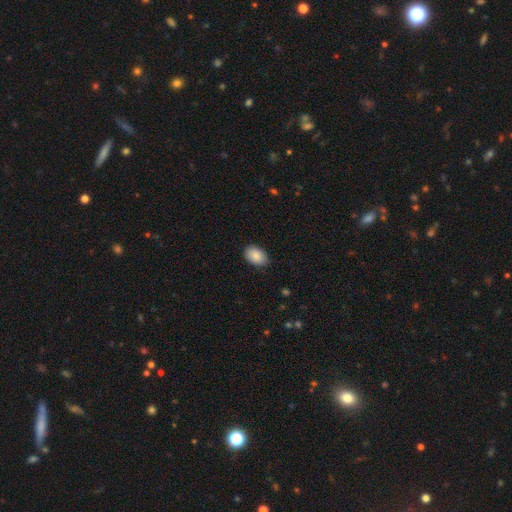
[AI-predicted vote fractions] Smooth or featured? Predicted: smooth (p=0.88). How rounded? Predicted: in between (p=0.84). Merging? Predicted: none (p=0.85).